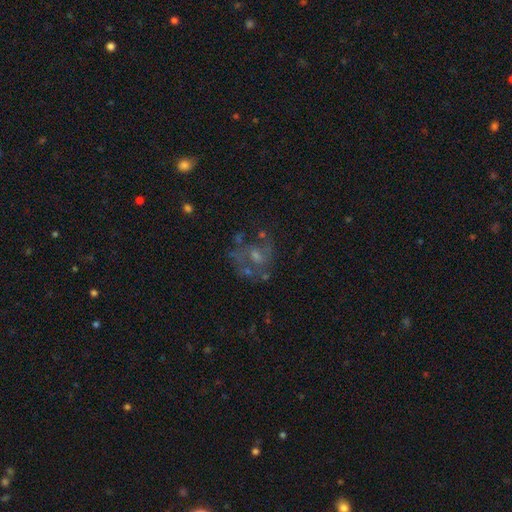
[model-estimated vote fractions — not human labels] Smooth or featured? featured or disk (64%)
Edge-on disk? no (97%)
Bar? no (60%)
Spiral arms? yes (60%)
Bulge size? small (45%)
Merging? none (49%)